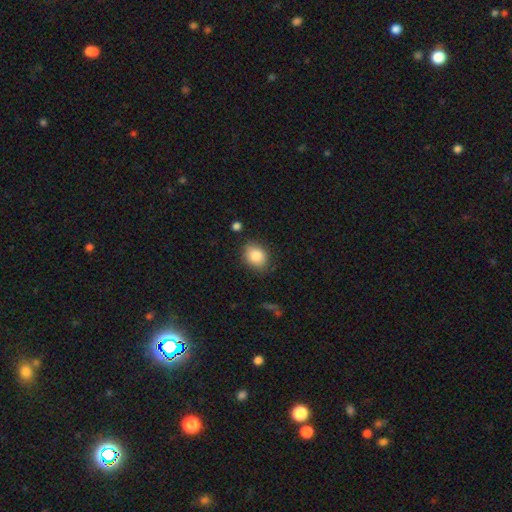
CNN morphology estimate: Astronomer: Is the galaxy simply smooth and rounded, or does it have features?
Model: smooth — 85%.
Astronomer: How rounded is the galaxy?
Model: in between — 53% (runner-up: round, 46%).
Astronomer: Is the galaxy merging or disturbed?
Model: none — 81%.